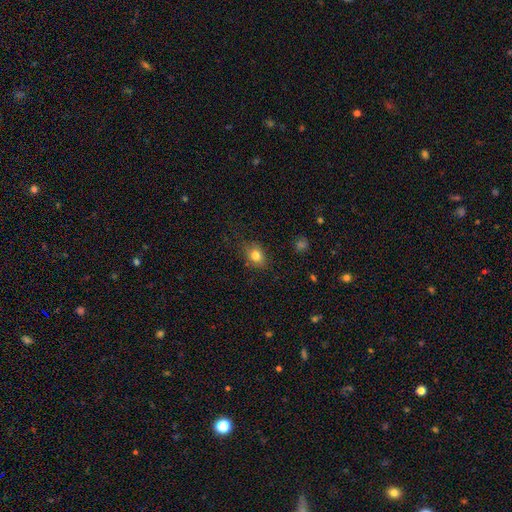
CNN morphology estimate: Smooth or featured?
  - smooth: 80% *
  - star or artifact: 11%
  - featured or disk: 9%
How rounded?
  - in between: 59% *
  - round: 39%
  - cigar-shaped: 1%
Merging?
  - none: 79% *
  - minor disturbance: 15%
  - major disturbance: 4%
  - merger: 1%